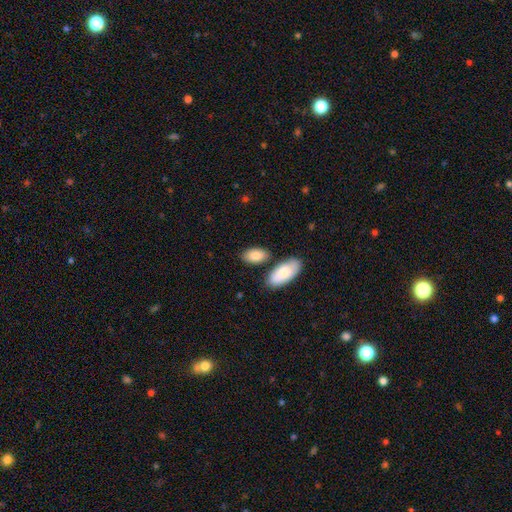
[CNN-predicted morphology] This is clearly a smooth galaxy (82%). How rounded: clearly in between (92%). Merging: likely none (68%).